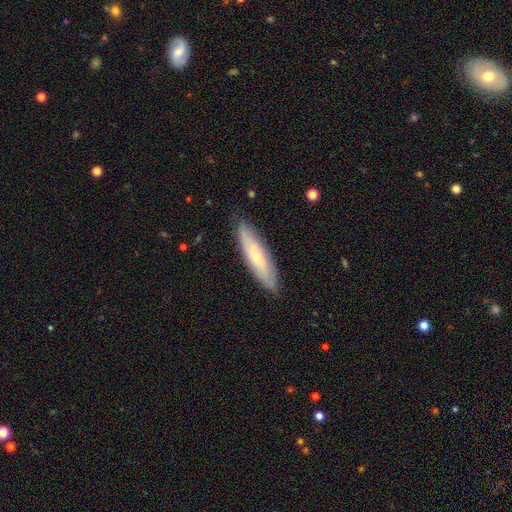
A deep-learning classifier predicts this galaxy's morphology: smooth_or_featured: smooth (p=0.51) [alt: featured or disk p=0.43]
how_rounded: cigar-shaped (p=0.72) [alt: in between p=0.26]
merging: none (p=0.85) [alt: minor disturbance p=0.12]